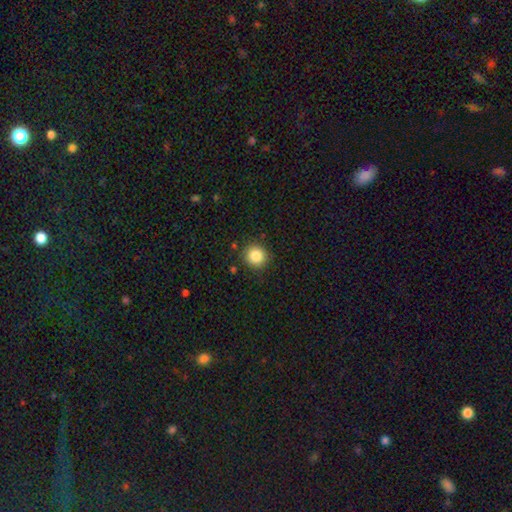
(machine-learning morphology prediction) A smooth galaxy with no disk features (86%) that is round (91%). Merging: none (88%).